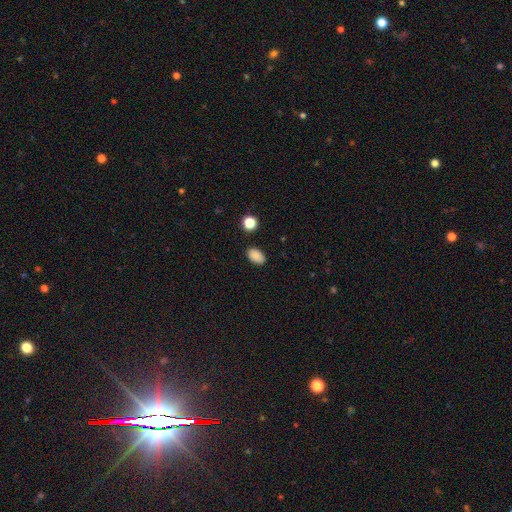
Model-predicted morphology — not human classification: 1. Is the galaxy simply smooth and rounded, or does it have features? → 87% smooth, 10% star or artifact, 3% featured or disk.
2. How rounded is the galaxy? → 89% in between, 10% round, 1% cigar-shaped.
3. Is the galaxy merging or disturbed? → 86% none, 10% minor disturbance, 2% major disturbance, 2% merger.